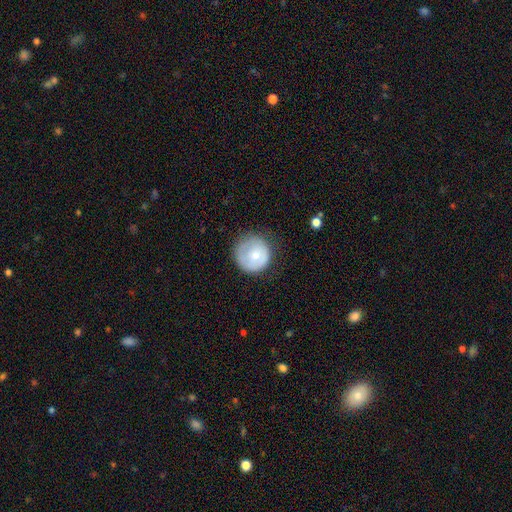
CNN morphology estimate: Overall: smooth (65%; featured or disk 28%). How rounded: round (93%). Merging: none (65%).